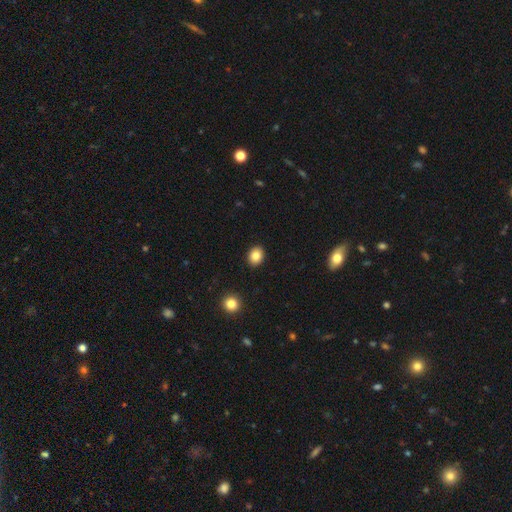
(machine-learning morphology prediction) type=smooth (85%); roundness=in between (50%); merging=none (91%).